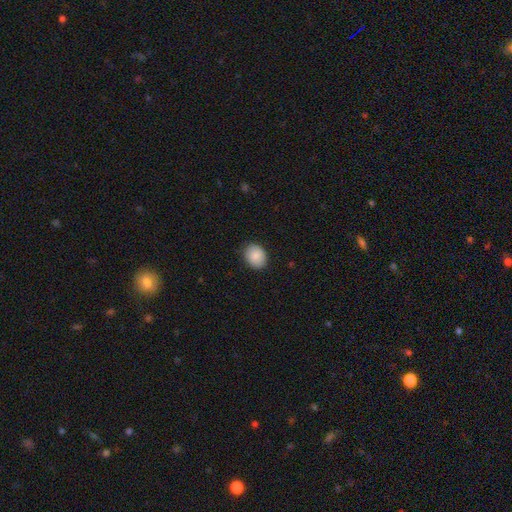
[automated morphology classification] Smooth or featured? Predicted: smooth (p=0.87). How rounded? Predicted: in between (p=0.56). Merging? Predicted: none (p=0.87).